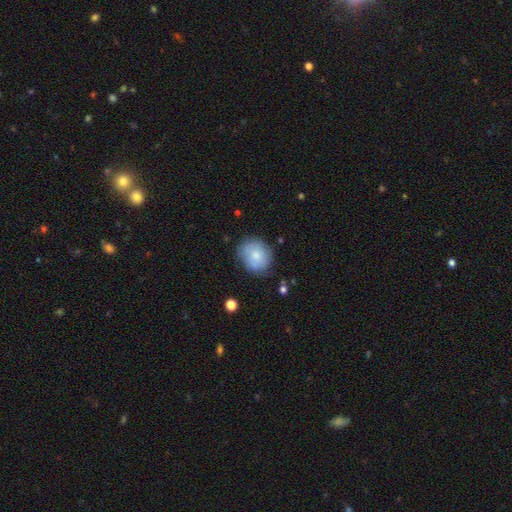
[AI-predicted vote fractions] Morphology: type=smooth (74%); roundness=round (70%); merging=none (70%).